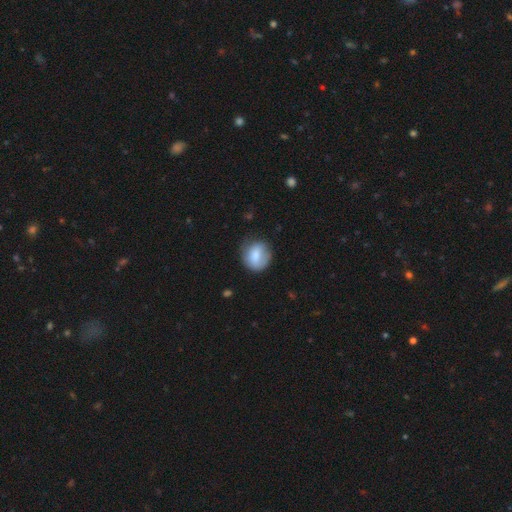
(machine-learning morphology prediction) This appears to be a smooth galaxy with no disk features (76%) that is round (70%). Merging: none (67%).